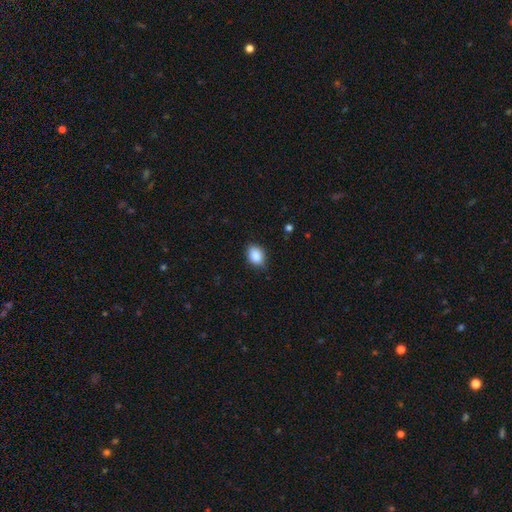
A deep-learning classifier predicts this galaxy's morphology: smooth 88%, star or artifact 8%, featured or disk 5%. Down the decision tree: how rounded — in between (74%); merging — none (82%).